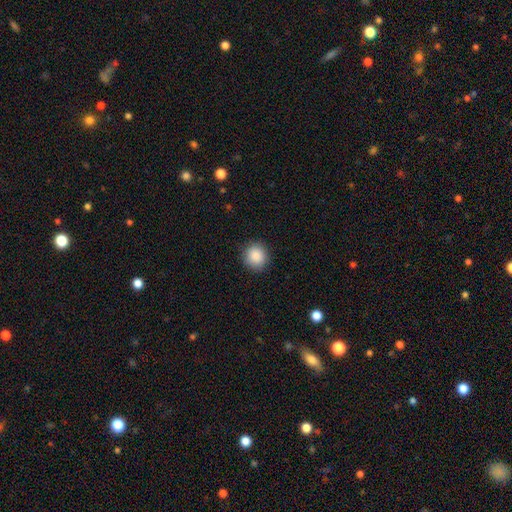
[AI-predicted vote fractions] This appears to be a smooth galaxy with no disk features (89%) that is round (89%). Merging: none (90%).